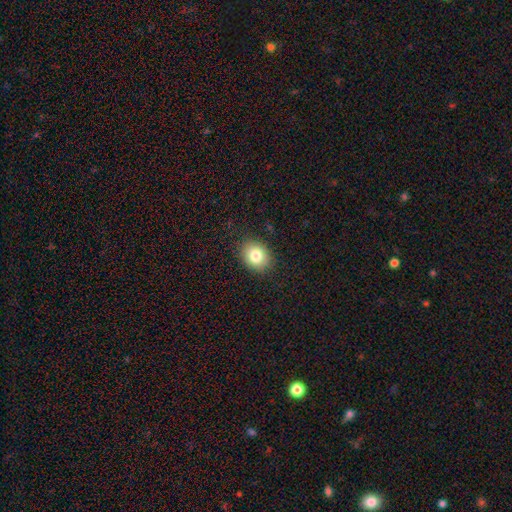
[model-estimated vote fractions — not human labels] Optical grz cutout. It shows a smooth galaxy with no disk features (82%) that is in between round and cigar-shaped (51%). Merging: none (88%).